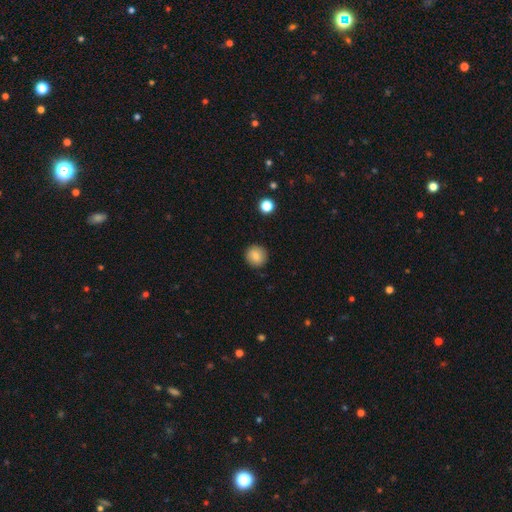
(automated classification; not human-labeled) smooth 84%, star or artifact 9%, featured or disk 6%. Down the decision tree: how rounded — round (94%); merging — none (91%).